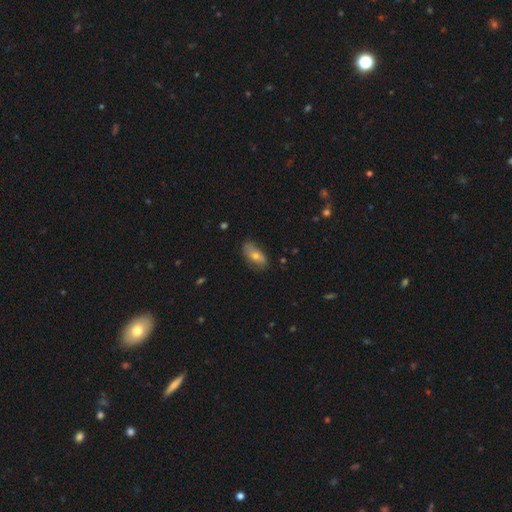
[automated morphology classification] Smooth or featured?
  - smooth: 63% *
  - featured or disk: 29%
  - star or artifact: 8%
How rounded?
  - in between: 86% *
  - cigar-shaped: 10%
  - round: 4%
Merging?
  - none: 68% *
  - minor disturbance: 25%
  - major disturbance: 6%
  - merger: 2%